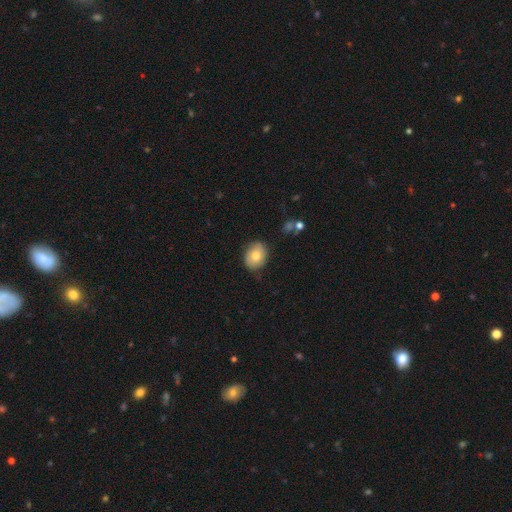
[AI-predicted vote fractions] Smooth or featured? Predicted: smooth (p=0.74). How rounded? Predicted: in between (p=0.53). Merging? Predicted: none (p=0.78).